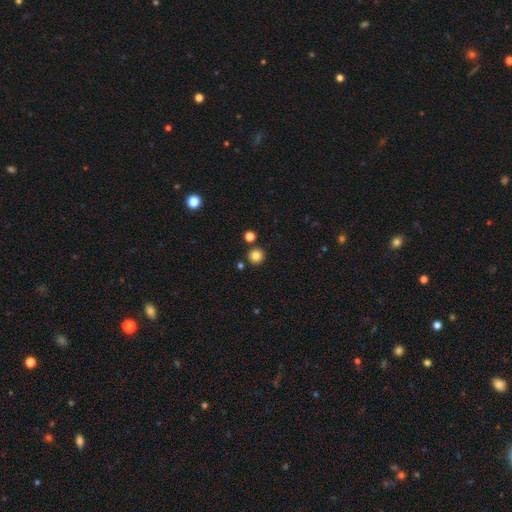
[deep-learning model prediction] Smooth or featured? smooth (83%)
How rounded? round (94%)
Merging? none (87%)